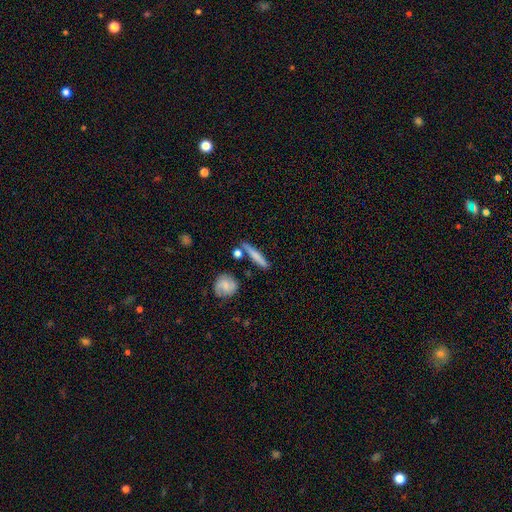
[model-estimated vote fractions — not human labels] This is likely a smooth galaxy (62%). How rounded: clearly cigar-shaped (89%). Merging: likely none (78%).